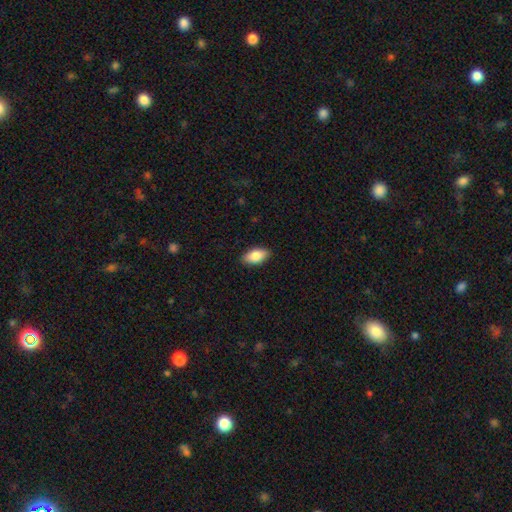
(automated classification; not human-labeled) Smooth or featured?
  - smooth: 84% *
  - featured or disk: 10%
  - star or artifact: 6%
How rounded?
  - in between: 93% *
  - cigar-shaped: 4%
  - round: 3%
Merging?
  - none: 89% *
  - minor disturbance: 8%
  - major disturbance: 2%
  - merger: 1%